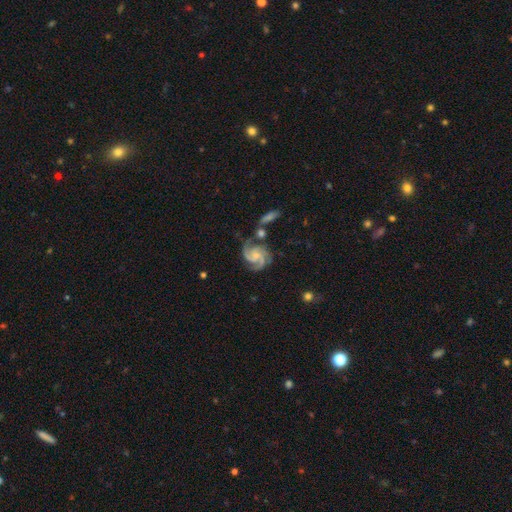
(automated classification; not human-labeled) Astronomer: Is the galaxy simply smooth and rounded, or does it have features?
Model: featured or disk — 92%.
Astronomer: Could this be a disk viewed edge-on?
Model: no — 98%.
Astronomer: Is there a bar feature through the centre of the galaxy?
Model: no — 62%.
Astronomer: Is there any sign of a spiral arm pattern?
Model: yes — 99%.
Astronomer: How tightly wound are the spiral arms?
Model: medium — 49% (runner-up: tight, 43%).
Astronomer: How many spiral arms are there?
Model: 3 — 62%.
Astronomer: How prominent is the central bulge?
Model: small — 66%.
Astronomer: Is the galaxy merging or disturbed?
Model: none — 62%.